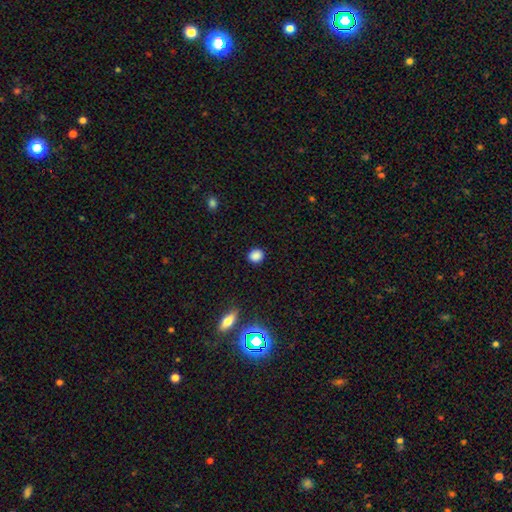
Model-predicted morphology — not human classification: smooth_or_featured: smooth (p=0.86) [alt: star or artifact p=0.11]
how_rounded: round (p=0.79) [alt: in between p=0.20]
merging: none (p=0.90) [alt: minor disturbance p=0.07]